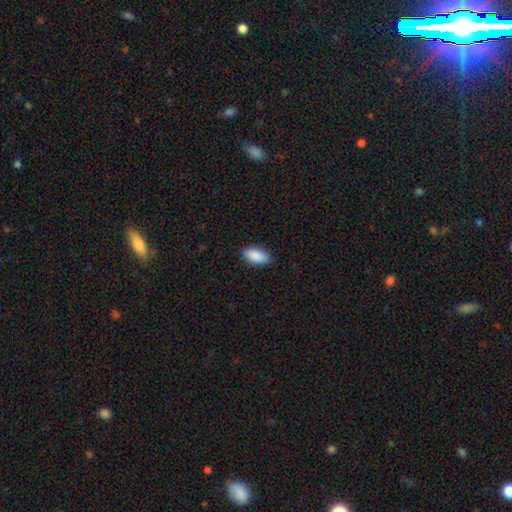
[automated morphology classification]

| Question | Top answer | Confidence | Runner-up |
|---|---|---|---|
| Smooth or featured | smooth | 90% | star or artifact (6%) |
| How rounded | in between | 92% | cigar-shaped (6%) |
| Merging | none | 84% | minor disturbance (13%) |